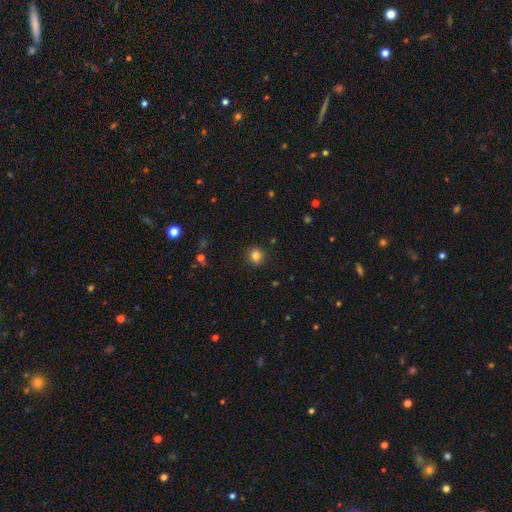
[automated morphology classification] Smooth or featured? Predicted: smooth (p=0.82). How rounded? Predicted: round (p=0.87). Merging? Predicted: none (p=0.89).